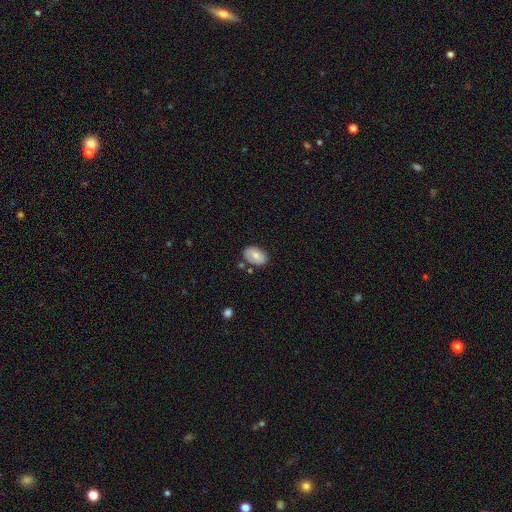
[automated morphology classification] This is likely a smooth galaxy (71%). How rounded: clearly in between (88%). Merging: likely none (73%).